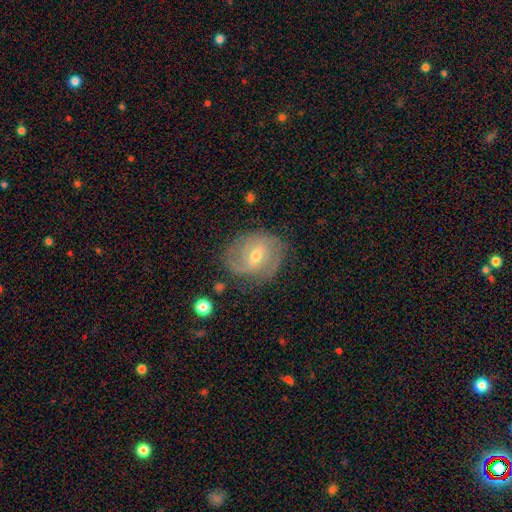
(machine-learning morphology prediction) smooth-or-featured: featured or disk: 78% | smooth: 15% | star or artifact: 7%
  disk-edge-on: no: 97% | yes: 3%
    bar: weak: 54% | no: 25% | strong: 21%
    has-spiral-arms: yes: 90% | no: 10%
      spiral-winding: tight: 41% (tied) | medium: 41% (tied) | loose: 18%
      spiral-arm-count: 2: 52% | can't tell: 23% | 3: 13% | 1: 6% | 4: 3% | more than 4: 3%
    bulge-size: moderate: 57% | small: 40% | large: 2% | none: 1% | dominant: 1%
  merging: none: 71% | minor disturbance: 20% | major disturbance: 7% | merger: 2%